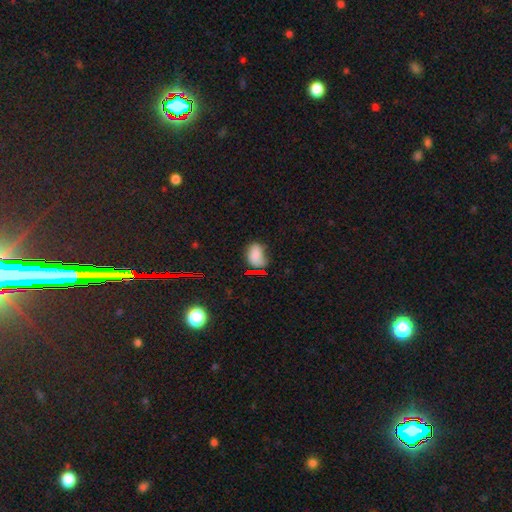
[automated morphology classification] The model was most divided on "merging": none: 47%, minor disturbance: 32%, major disturbance: 13%, merger: 7%. More confident: how rounded — in between (79%); smooth or featured — smooth (74%).